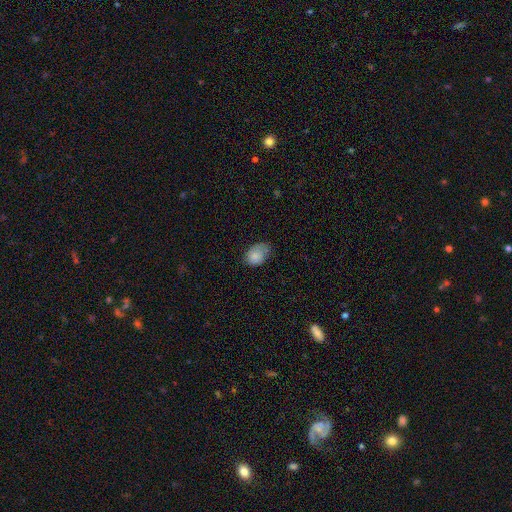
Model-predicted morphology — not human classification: This is clearly a smooth galaxy (83%). How rounded: likely in between (75%). Merging: possibly none (50%).